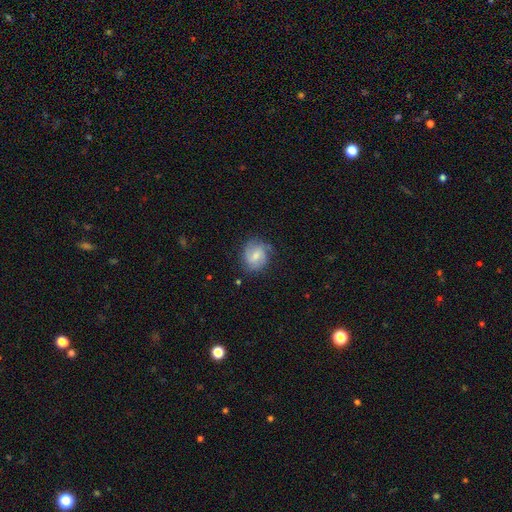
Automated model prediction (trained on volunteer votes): The model was most divided on "smooth or featured": featured or disk: 50%, smooth: 43%, star or artifact: 7%. More confident: merging — none (67%).